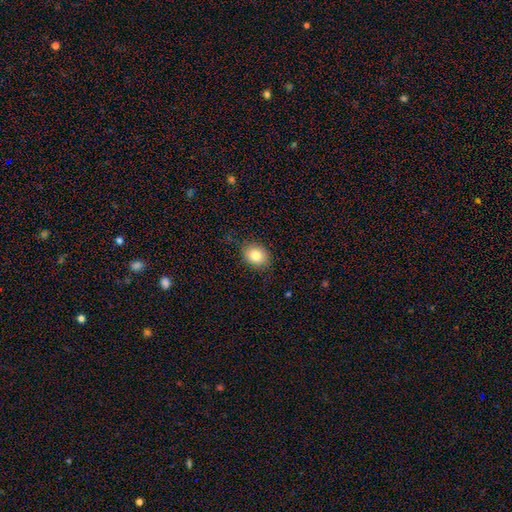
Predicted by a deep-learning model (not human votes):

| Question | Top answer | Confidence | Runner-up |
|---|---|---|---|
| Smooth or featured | smooth | 82% | featured or disk (9%) |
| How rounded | in between | 53% | round (46%) |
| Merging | none | 83% | minor disturbance (13%) |